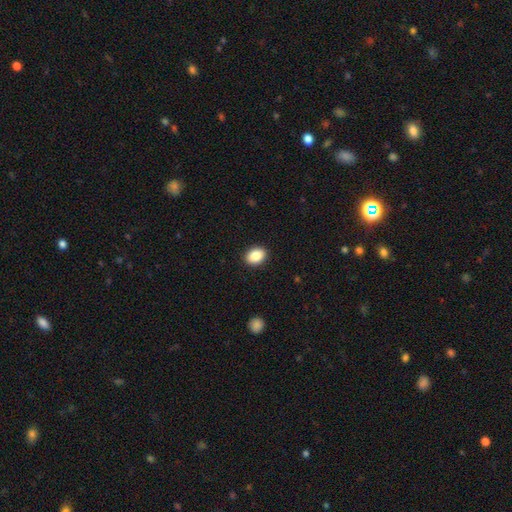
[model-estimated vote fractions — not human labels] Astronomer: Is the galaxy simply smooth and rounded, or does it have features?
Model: smooth — 88%.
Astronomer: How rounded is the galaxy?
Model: in between — 71%.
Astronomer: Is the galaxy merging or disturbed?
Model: none — 91%.